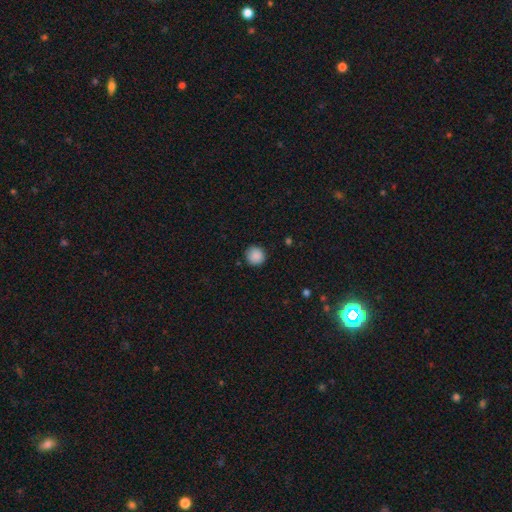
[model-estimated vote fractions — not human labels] smooth 88%, star or artifact 9%, featured or disk 3%. Down the decision tree: how rounded — round (94%); merging — none (90%).